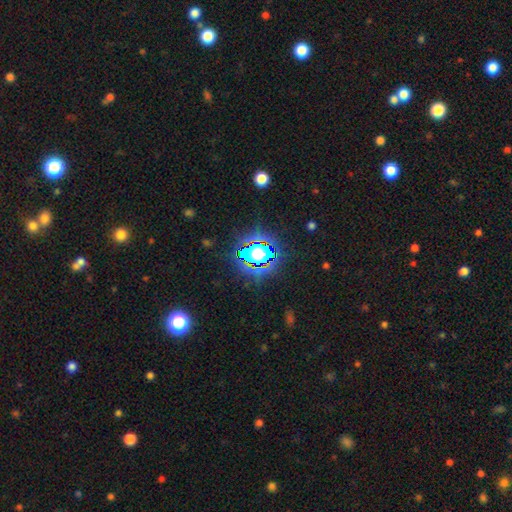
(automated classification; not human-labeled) A star or artifact, not a galaxy (78%).